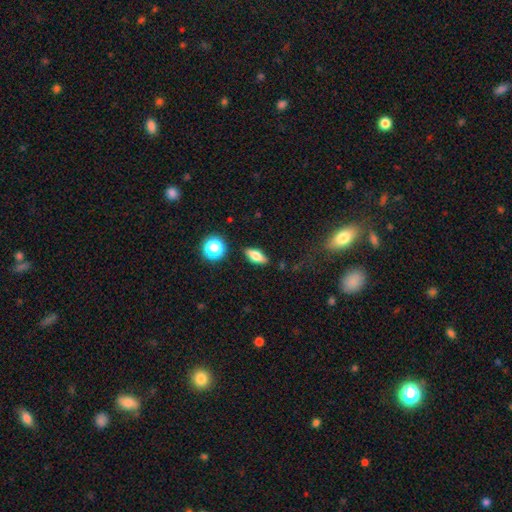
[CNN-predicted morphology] smooth_or_featured: smooth (p=0.65) [alt: featured or disk p=0.25]
how_rounded: in between (p=0.68) [alt: cigar-shaped p=0.24]
merging: none (p=0.86) [alt: minor disturbance p=0.09]